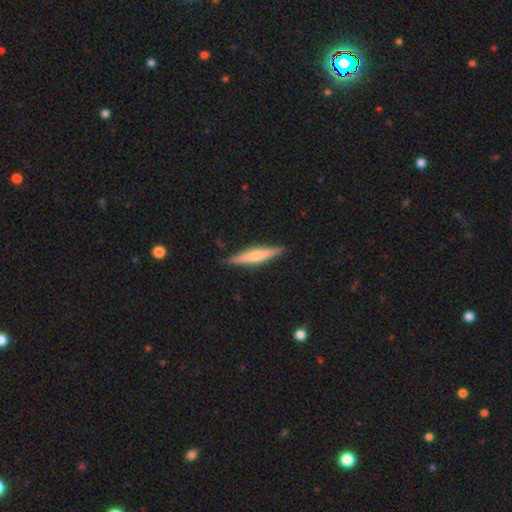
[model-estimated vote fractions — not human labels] Smooth or featured: featured or disk — 51% (smooth — 43%)
Edge-on disk: yes — 97% (no — 3%)
Merging: none — 89% (minor disturbance — 8%)